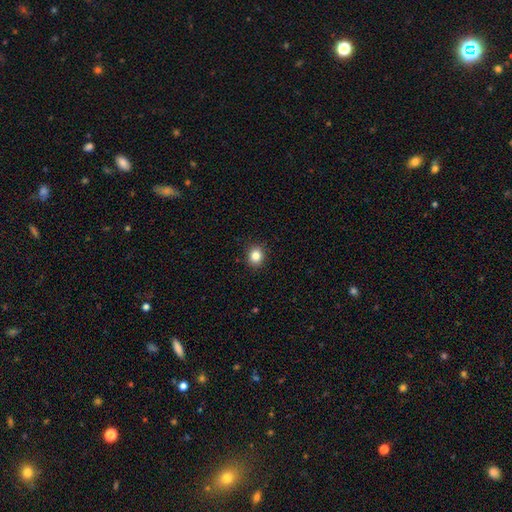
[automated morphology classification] smooth 84%, star or artifact 11%, featured or disk 5%. Down the decision tree: how rounded — round (75%); merging — none (90%).